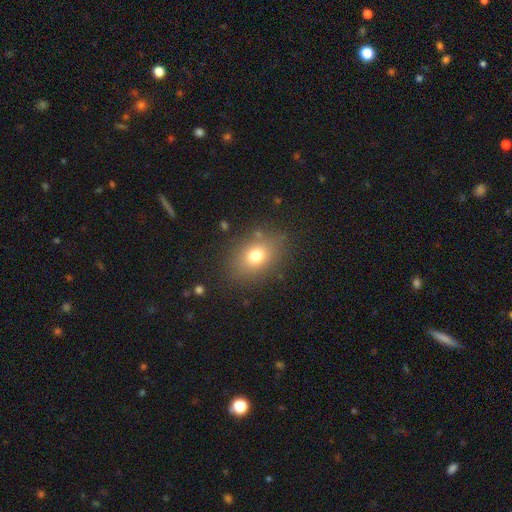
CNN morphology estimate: Smooth or featured? Predicted: smooth (p=0.74). How rounded? Predicted: in between (p=0.67). Merging? Predicted: none (p=0.82).